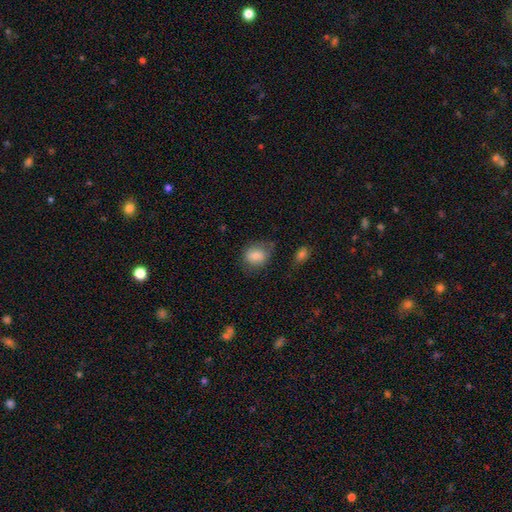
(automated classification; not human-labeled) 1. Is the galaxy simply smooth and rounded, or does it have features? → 81% smooth, 11% featured or disk, 8% star or artifact.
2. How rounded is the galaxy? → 52% round, 47% in between, 1% cigar-shaped.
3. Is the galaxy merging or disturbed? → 62% none, 25% minor disturbance, 9% major disturbance, 4% merger.